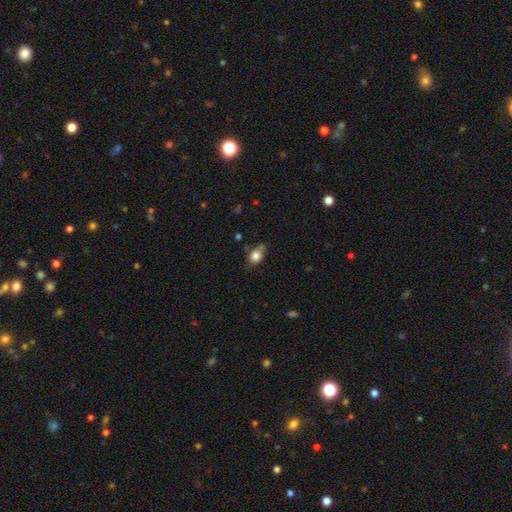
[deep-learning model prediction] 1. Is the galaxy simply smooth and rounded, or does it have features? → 77% smooth, 14% featured or disk, 9% star or artifact.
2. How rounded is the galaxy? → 71% in between, 25% round, 4% cigar-shaped.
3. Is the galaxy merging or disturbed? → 60% none, 29% minor disturbance, 7% major disturbance, 5% merger.